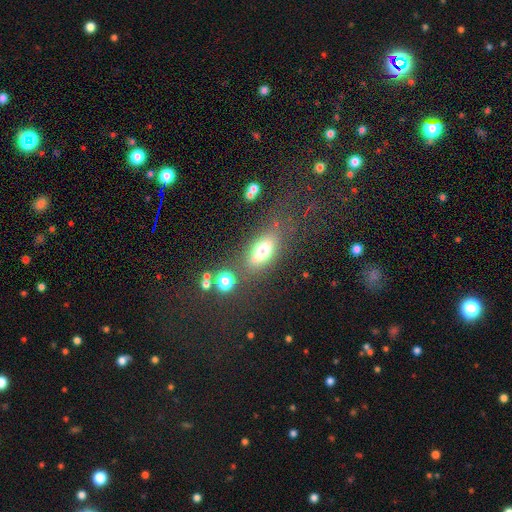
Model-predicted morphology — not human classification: Smooth or featured? smooth (56%)
How rounded? in between (61%)
Merging? none (61%)